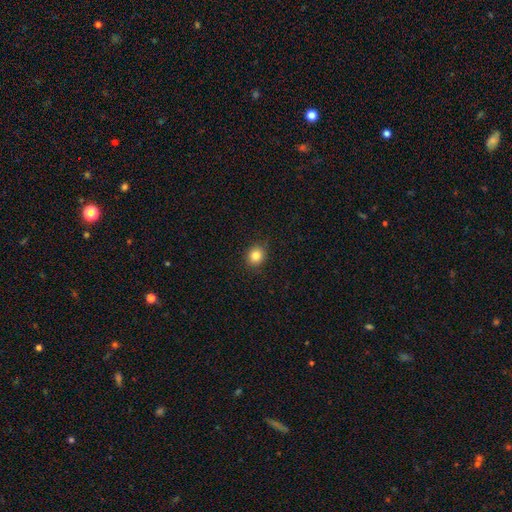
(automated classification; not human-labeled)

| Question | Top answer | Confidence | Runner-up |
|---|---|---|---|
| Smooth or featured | smooth | 83% | star or artifact (11%) |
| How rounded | round | 79% | in between (20%) |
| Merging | none | 87% | minor disturbance (10%) |